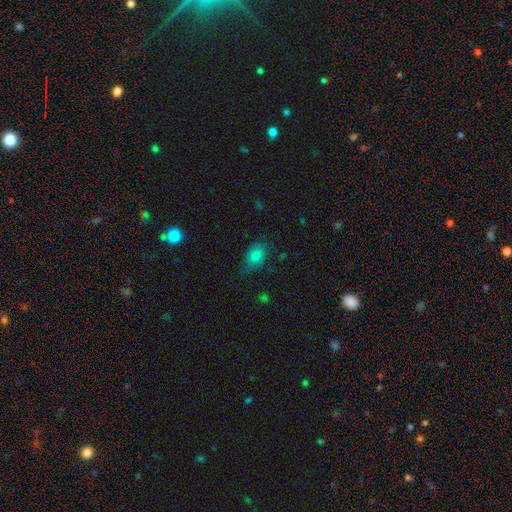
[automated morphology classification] A smooth galaxy with no disk features (77%) that is in between round and cigar-shaped (79%).

Vote fractions:
- Smooth or featured? smooth: 77% / featured or disk: 13% / star or artifact: 10%
- How rounded? in between: 79% / round: 19% / cigar-shaped: 2%
- Merging? none: 62% / minor disturbance: 29% / major disturbance: 7% / merger: 2%